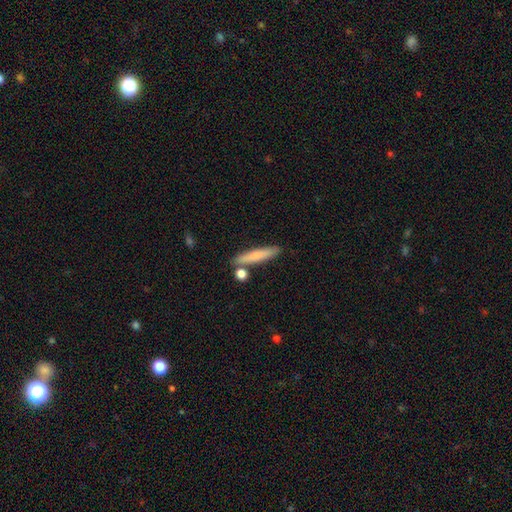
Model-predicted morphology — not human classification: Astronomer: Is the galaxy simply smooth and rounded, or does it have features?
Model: smooth — 75%.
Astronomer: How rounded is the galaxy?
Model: cigar-shaped — 89%.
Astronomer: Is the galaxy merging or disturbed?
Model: none — 80%.